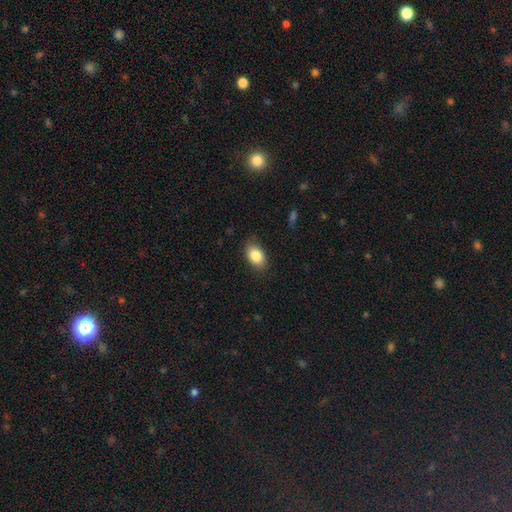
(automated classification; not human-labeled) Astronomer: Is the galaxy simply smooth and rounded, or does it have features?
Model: smooth — 85%.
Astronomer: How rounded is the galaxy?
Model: in between — 88%.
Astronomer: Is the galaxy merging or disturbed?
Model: none — 84%.